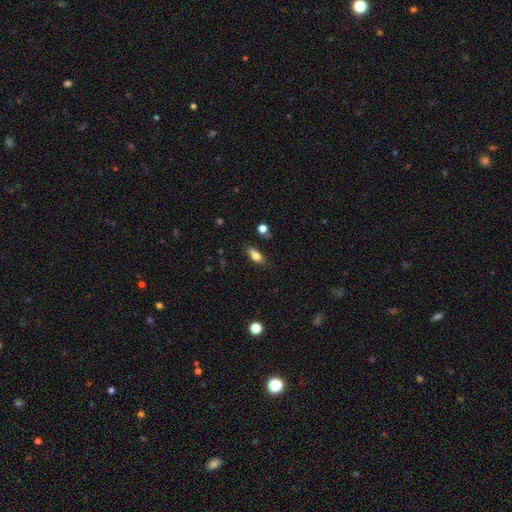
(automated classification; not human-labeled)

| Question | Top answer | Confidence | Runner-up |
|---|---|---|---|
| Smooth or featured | smooth | 76% | featured or disk (15%) |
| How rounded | in between | 82% | cigar-shaped (12%) |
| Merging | none | 75% | minor disturbance (17%) |